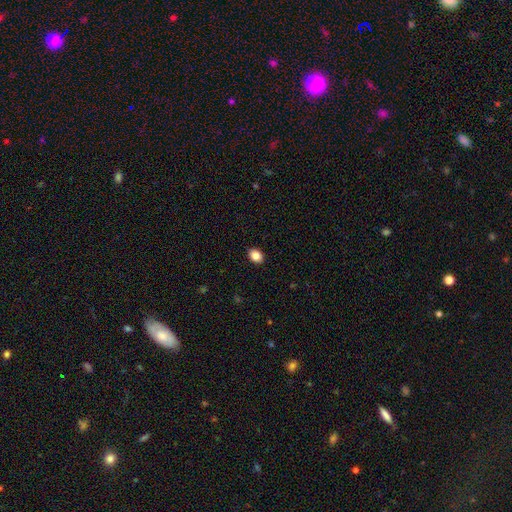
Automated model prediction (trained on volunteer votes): Smooth or featured? Predicted: smooth (p=0.86). How rounded? Predicted: in between (p=0.61). Merging? Predicted: none (p=0.91).